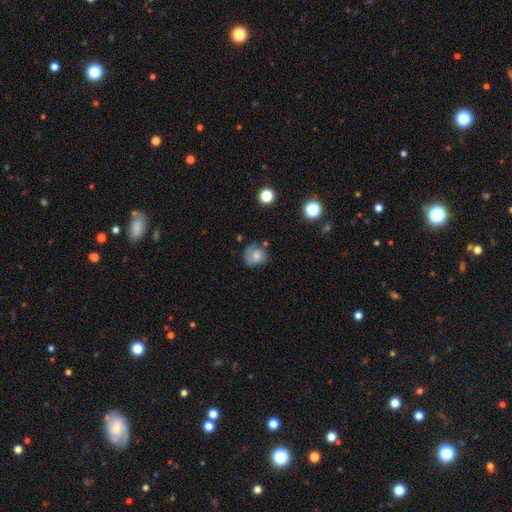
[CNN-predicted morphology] Smooth or featured? featured or disk (50%)
Edge-on disk? no (98%)
Merging? none (57%)